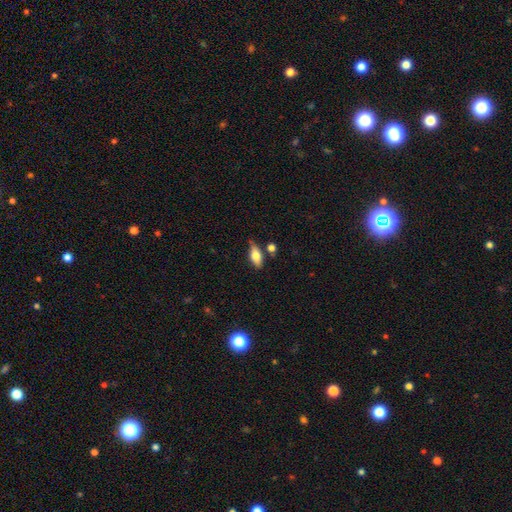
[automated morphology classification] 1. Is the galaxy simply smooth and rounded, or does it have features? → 72% smooth, 21% featured or disk, 7% star or artifact.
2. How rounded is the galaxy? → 82% in between, 14% cigar-shaped, 3% round.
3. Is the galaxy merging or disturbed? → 69% none, 19% minor disturbance, 8% merger, 4% major disturbance.